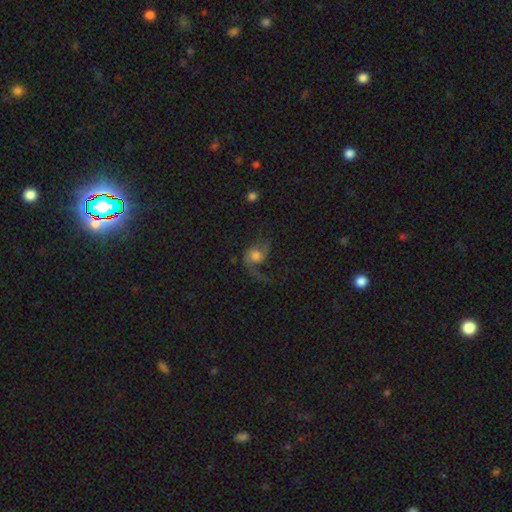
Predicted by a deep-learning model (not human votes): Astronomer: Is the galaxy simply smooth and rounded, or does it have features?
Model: featured or disk — 64%.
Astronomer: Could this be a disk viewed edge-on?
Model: no — 97%.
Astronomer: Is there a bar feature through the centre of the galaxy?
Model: no — 68%.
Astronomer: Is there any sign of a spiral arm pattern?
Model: yes — 89%.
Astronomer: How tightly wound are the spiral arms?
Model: loose — 70%.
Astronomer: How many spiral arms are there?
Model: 2 — 64%.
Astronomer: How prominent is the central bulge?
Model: moderate — 51%.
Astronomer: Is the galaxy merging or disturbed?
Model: none — 40% (runner-up: major disturbance, 39%).